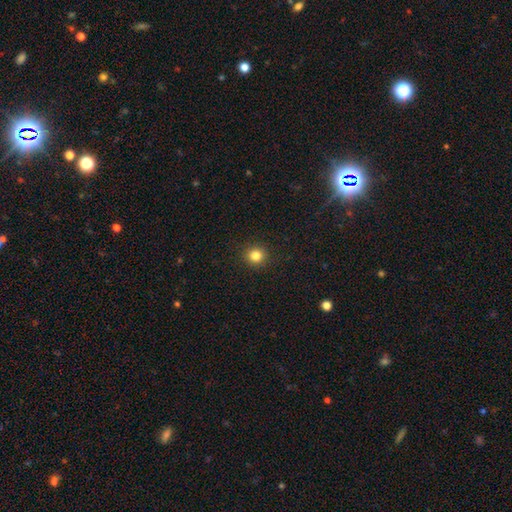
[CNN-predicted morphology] type=smooth (83%); roundness=round (92%); merging=none (92%).